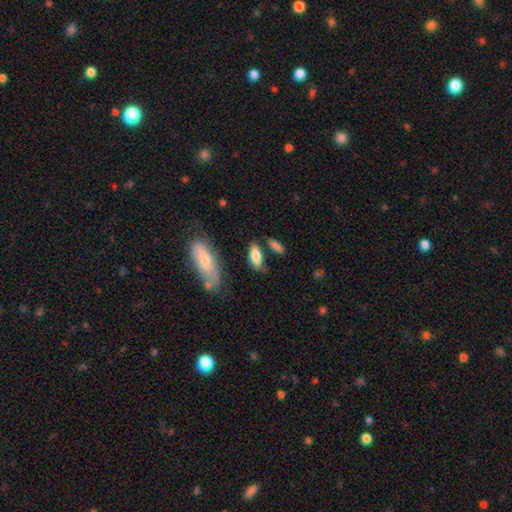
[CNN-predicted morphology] Smooth or featured?
  - smooth: 81% *
  - featured or disk: 12%
  - star or artifact: 7%
How rounded?
  - in between: 82% *
  - cigar-shaped: 16%
  - round: 2%
Merging?
  - none: 67% *
  - minor disturbance: 18%
  - merger: 9%
  - major disturbance: 6%